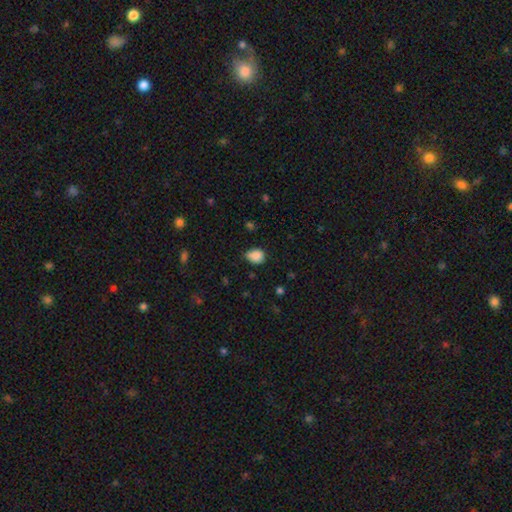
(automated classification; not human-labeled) Morphology: type=smooth (86%); roundness=in between (50%); merging=none (57%).